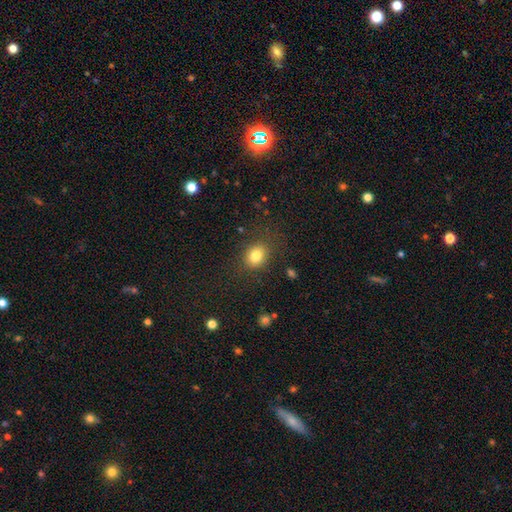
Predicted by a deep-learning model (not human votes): Smooth or featured? Predicted: smooth (p=0.80). How rounded? Predicted: in between (p=0.54). Merging? Predicted: none (p=0.78).